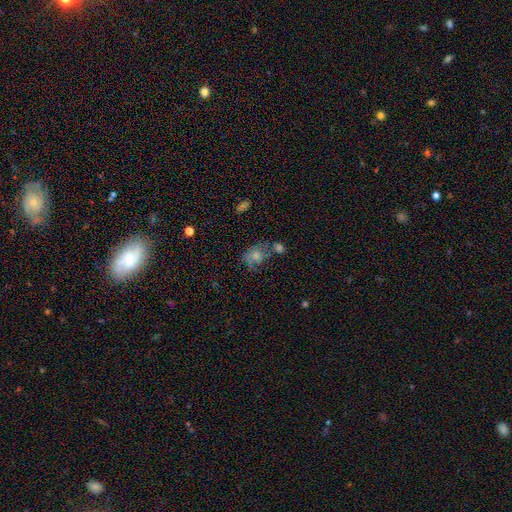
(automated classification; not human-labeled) This is possibly a smooth galaxy (59%). How rounded: possibly in between (57%). Merging: marginally none (41%).